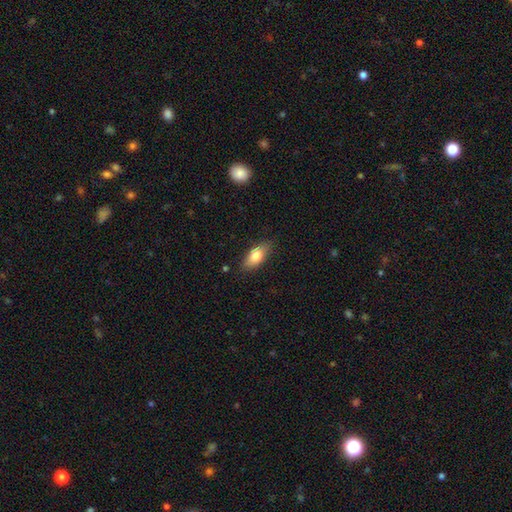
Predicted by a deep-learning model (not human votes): Overall: smooth (78%). How rounded: in between (85%). Merging: none (82%).